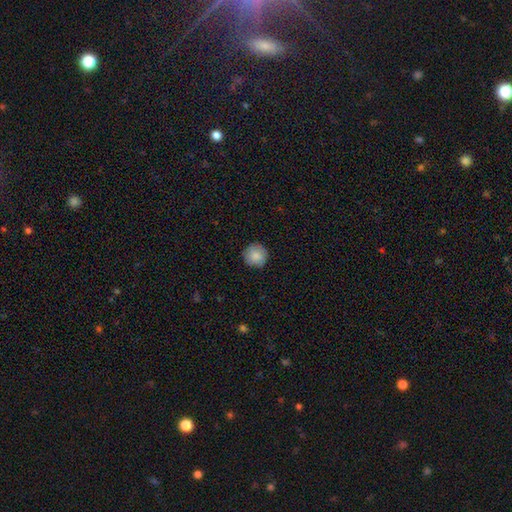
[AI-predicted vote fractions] smooth_or_featured: smooth (p=0.86) [alt: star or artifact p=0.08]
how_rounded: round (p=0.95) [alt: in between p=0.04]
merging: none (p=0.87) [alt: minor disturbance p=0.10]